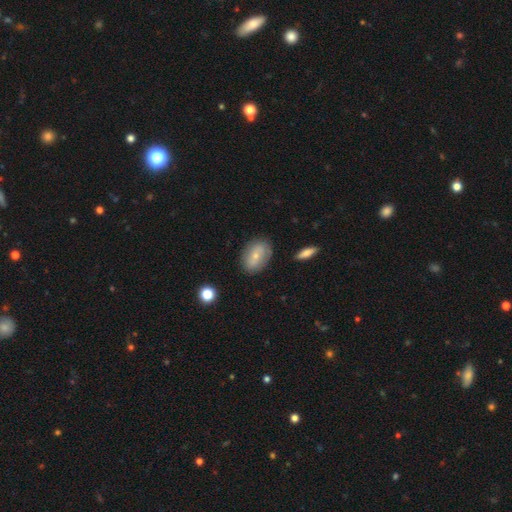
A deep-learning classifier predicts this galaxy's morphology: This is likely a smooth galaxy (64%). How rounded: clearly in between (83%). Merging: clearly none (81%).